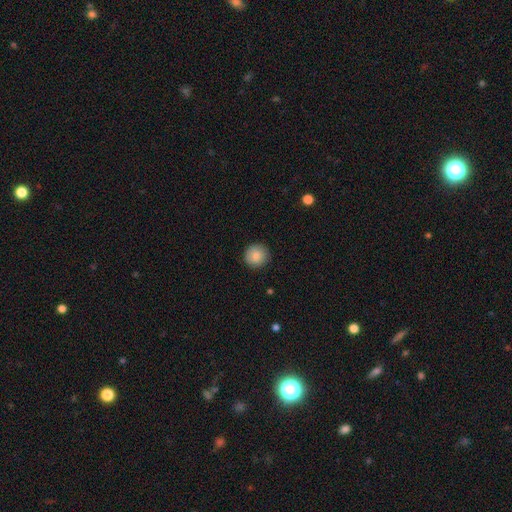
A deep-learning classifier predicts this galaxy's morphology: smooth-or-featured: smooth: 88% | star or artifact: 8% | featured or disk: 4%
  how-rounded: round: 94% | in between: 5% | cigar-shaped: 1%
  merging: none: 90% | minor disturbance: 7% | major disturbance: 2% | merger: 1%